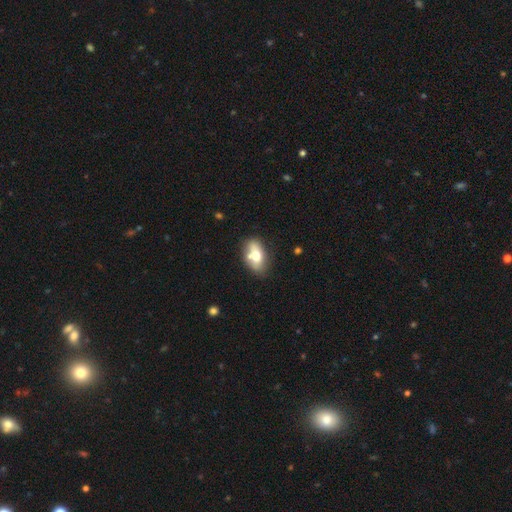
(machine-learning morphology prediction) A smooth galaxy with no disk features (64%) that is in between round and cigar-shaped (84%). Merging: none (60%).